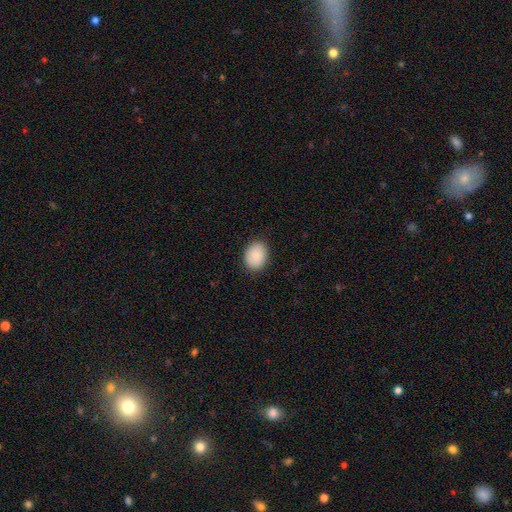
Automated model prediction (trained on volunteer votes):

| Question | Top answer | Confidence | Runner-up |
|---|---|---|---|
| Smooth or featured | smooth | 89% | star or artifact (7%) |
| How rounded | in between | 65% | round (34%) |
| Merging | none | 88% | minor disturbance (9%) |